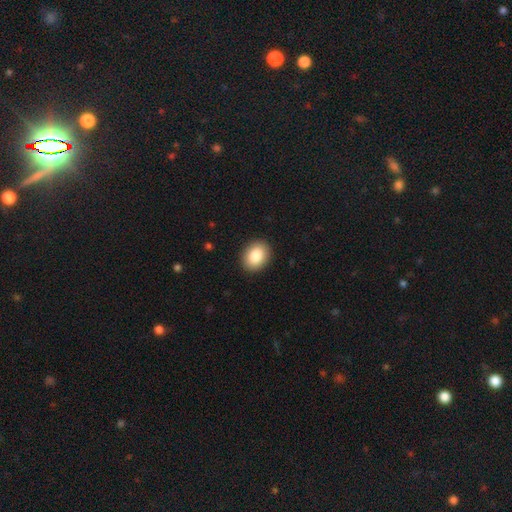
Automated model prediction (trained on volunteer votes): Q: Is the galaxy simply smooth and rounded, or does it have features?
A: smooth — 87%.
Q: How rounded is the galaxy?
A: in between — 59%.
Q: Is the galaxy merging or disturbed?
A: none — 90%.